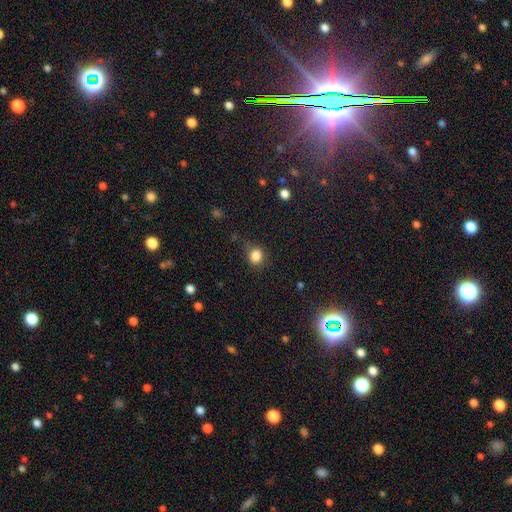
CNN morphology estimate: A smooth galaxy with no disk features (84%) that is round (72%).

Vote fractions:
- Smooth or featured? smooth: 84% / star or artifact: 12% / featured or disk: 5%
- How rounded? round: 72% / in between: 27% / cigar-shaped: 1%
- Merging? none: 76% / minor disturbance: 17% / major disturbance: 5% / merger: 2%